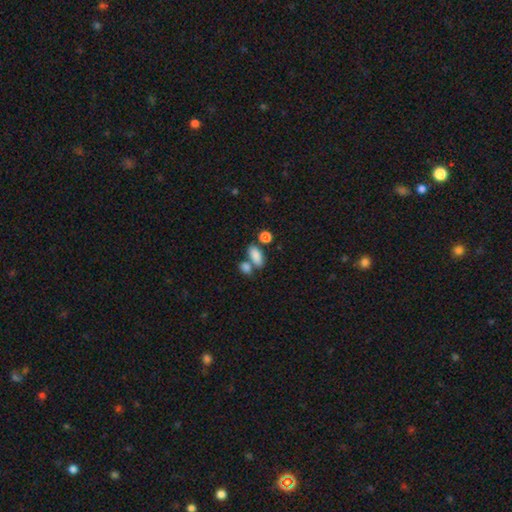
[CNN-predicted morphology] A smooth galaxy with no disk features (85%) that is in between round and cigar-shaped (89%).

Vote fractions:
- Smooth or featured? smooth: 85% / star or artifact: 8% / featured or disk: 7%
- How rounded? in between: 89% / cigar-shaped: 6% / round: 5%
- Merging? none: 48% / merger: 35% / minor disturbance: 12% / major disturbance: 5%